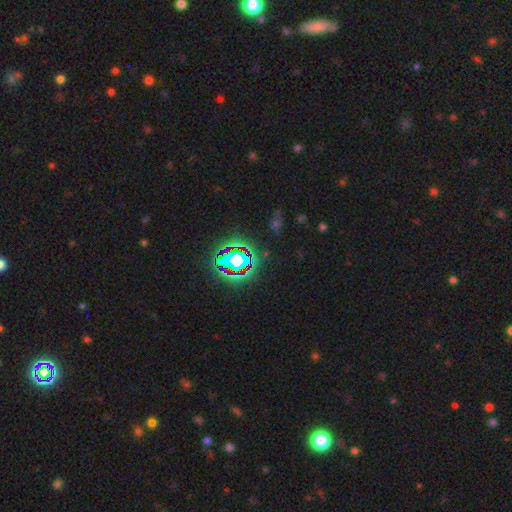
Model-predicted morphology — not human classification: A star or artifact, not a galaxy (80%).